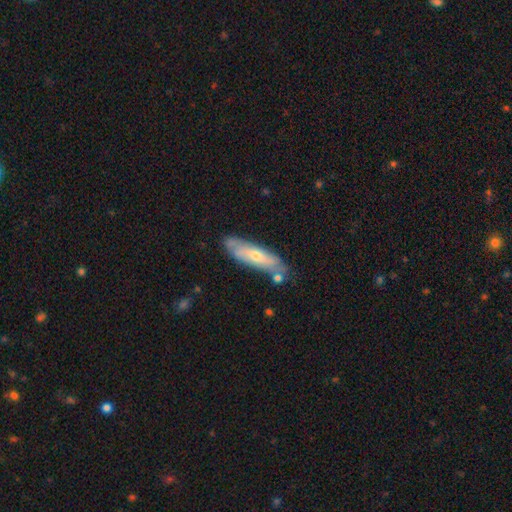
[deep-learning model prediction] Q: Smooth or featured?
A: smooth (48%); runner-up: featured or disk (46%)
Q: Merging?
A: none (72%); runner-up: minor disturbance (18%)